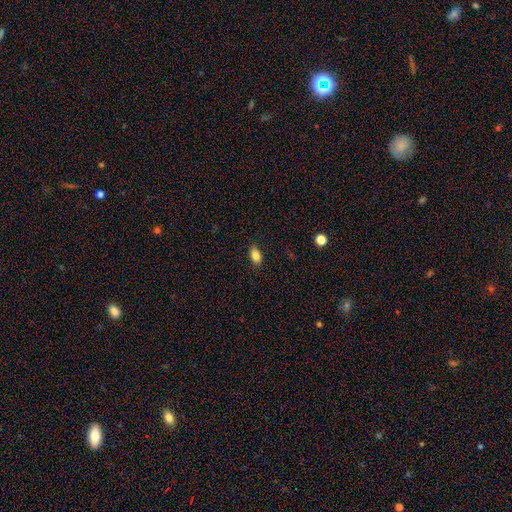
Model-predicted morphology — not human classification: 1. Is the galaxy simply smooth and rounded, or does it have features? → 84% smooth, 9% star or artifact, 7% featured or disk.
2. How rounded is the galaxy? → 84% in between, 12% round, 3% cigar-shaped.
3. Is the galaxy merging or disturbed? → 85% none, 12% minor disturbance, 2% major disturbance, 1% merger.